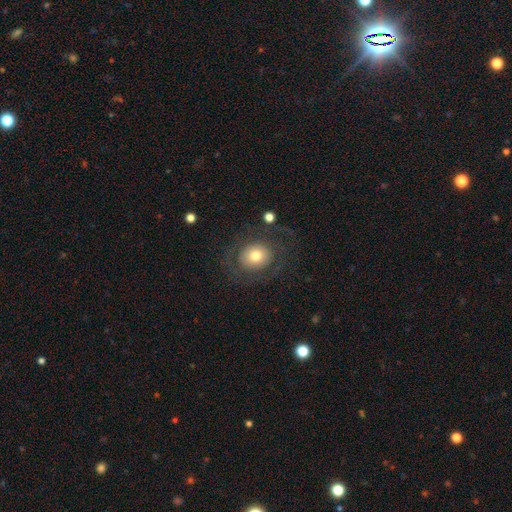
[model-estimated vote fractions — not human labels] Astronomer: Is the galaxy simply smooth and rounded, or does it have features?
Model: smooth — 63%.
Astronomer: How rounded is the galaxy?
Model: round — 69%.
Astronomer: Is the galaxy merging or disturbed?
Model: none — 71%.